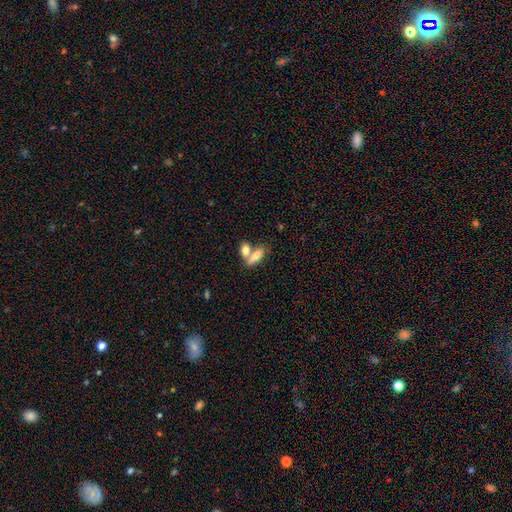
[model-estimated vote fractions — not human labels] This is likely a smooth galaxy (76%). How rounded: likely in between (75%). Merging: possibly merger (55%).